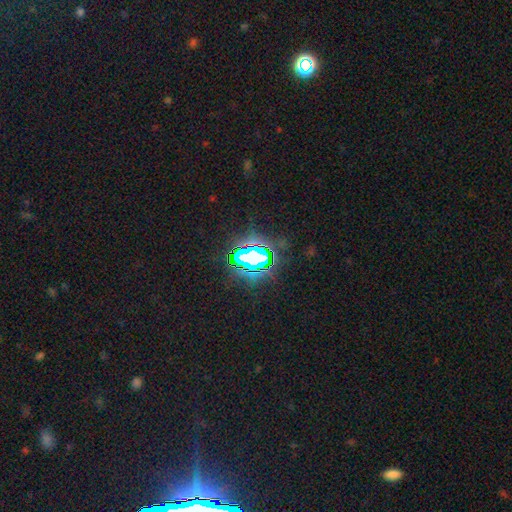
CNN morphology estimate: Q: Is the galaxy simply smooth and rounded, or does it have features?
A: star or artifact — 74%.